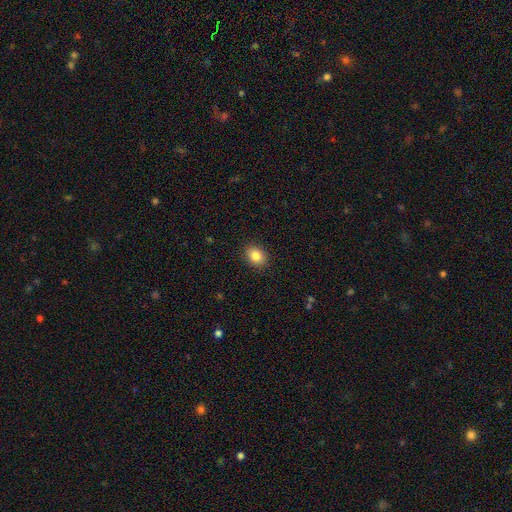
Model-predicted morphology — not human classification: Smooth or featured: smooth — 85% (star or artifact — 9%)
How rounded: in between — 50% (round — 49%)
Merging: none — 90% (minor disturbance — 7%)